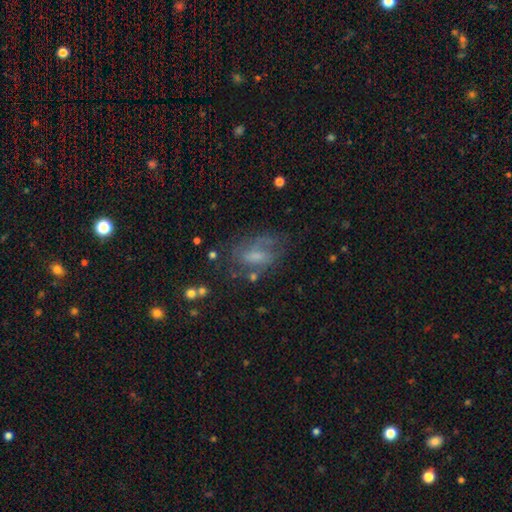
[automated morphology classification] Smooth or featured? featured or disk (53%)
Edge-on disk? no (94%)
Merging? none (53%)